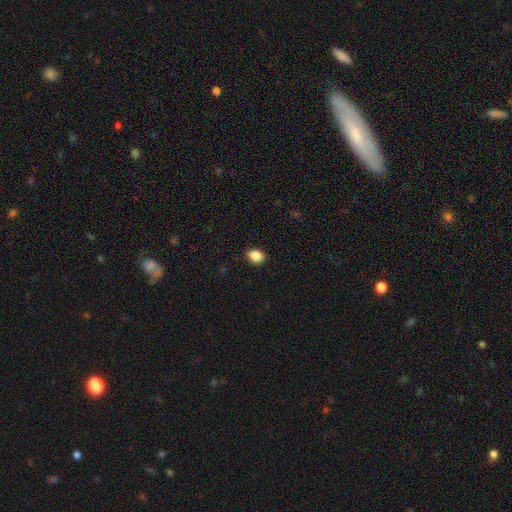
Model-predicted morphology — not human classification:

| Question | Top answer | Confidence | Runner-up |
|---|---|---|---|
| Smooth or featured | smooth | 87% | star or artifact (9%) |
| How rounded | in between | 58% | round (41%) |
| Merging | none | 88% | minor disturbance (9%) |